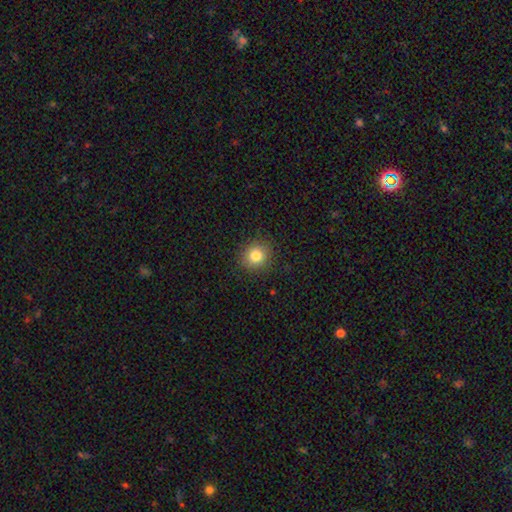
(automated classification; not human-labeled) This appears to be a smooth galaxy with no disk features (82%) that is round (85%). Merging: none (90%).